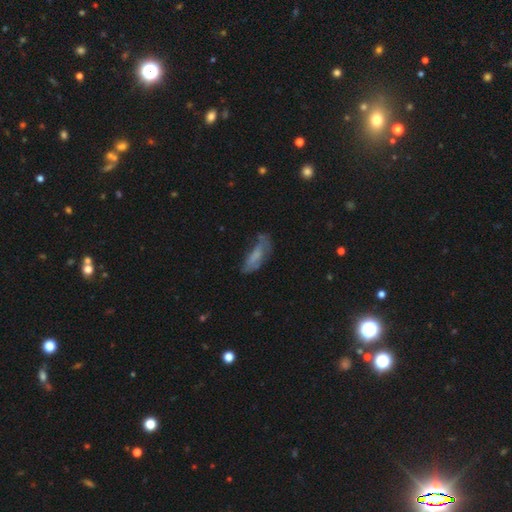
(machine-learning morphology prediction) This is possibly a smooth galaxy (58%). How rounded: likely in between (60%). Merging: marginally none (45%).